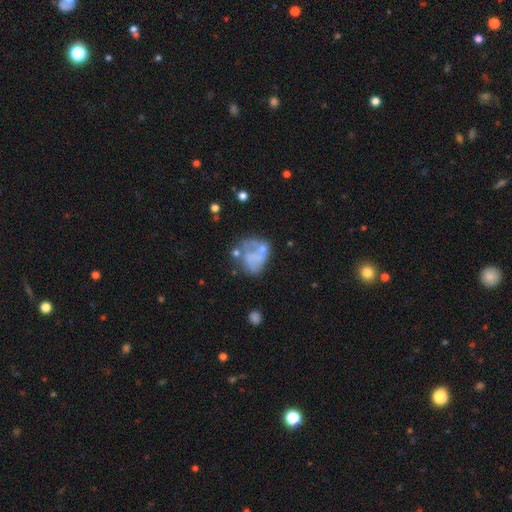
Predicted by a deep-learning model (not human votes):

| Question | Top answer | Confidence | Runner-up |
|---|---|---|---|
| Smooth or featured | featured or disk | 48% | smooth (40%) |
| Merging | none | 32% | major disturbance (28%) |